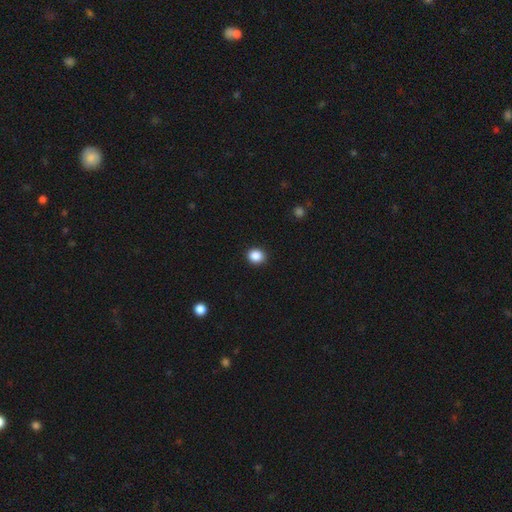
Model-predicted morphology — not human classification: smooth_or_featured: smooth (p=0.87) [alt: star or artifact p=0.10]
how_rounded: round (p=0.73) [alt: in between p=0.26]
merging: none (p=0.91) [alt: minor disturbance p=0.06]